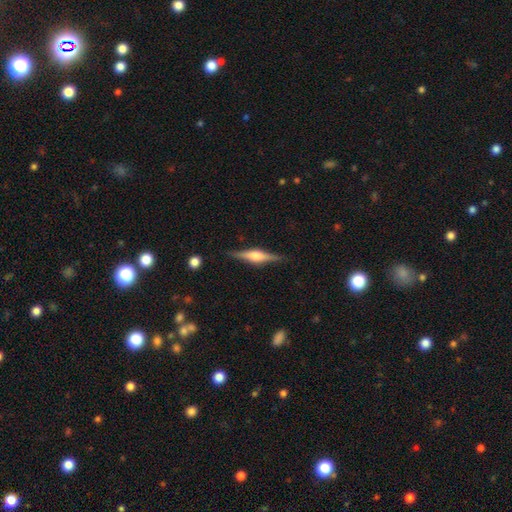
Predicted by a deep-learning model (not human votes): Overall: featured or disk (74%). Edge-on disk: yes (98%). Edge-on bulge: rounded (85%). Merging: none (88%).